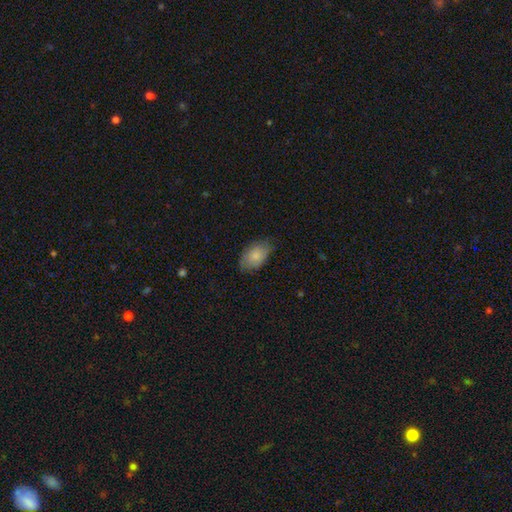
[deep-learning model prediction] smooth_or_featured: smooth (p=0.81) [alt: featured or disk p=0.13]
how_rounded: in between (p=0.91) [alt: round p=0.07]
merging: none (p=0.74) [alt: minor disturbance p=0.21]